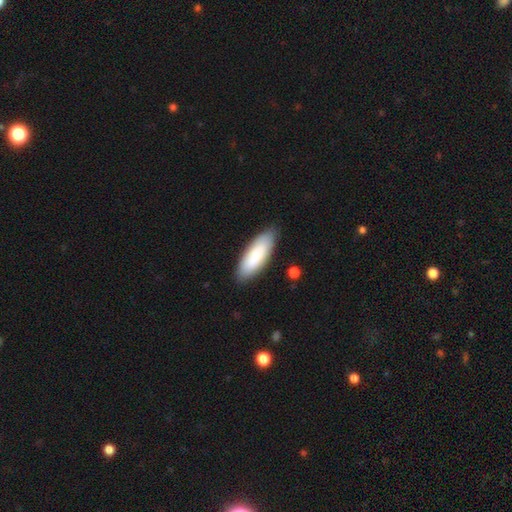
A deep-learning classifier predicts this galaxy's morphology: Smooth or featured?
  - smooth: 77% *
  - featured or disk: 18%
  - star or artifact: 5%
How rounded?
  - in between: 70% *
  - cigar-shaped: 28%
  - round: 2%
Merging?
  - none: 85% *
  - minor disturbance: 12%
  - major disturbance: 2%
  - merger: 2%